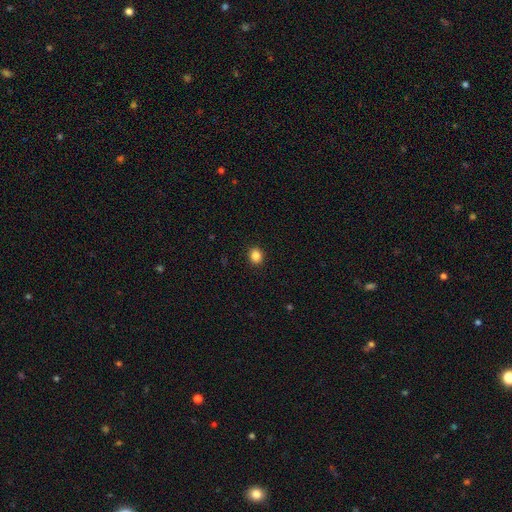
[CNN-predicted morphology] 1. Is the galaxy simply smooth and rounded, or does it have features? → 86% smooth, 11% star or artifact, 3% featured or disk.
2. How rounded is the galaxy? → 69% round, 30% in between, 1% cigar-shaped.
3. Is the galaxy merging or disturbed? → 92% none, 5% minor disturbance, 2% major disturbance, 1% merger.